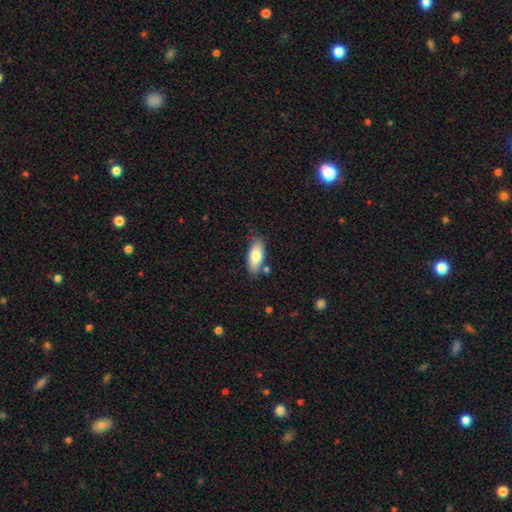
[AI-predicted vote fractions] Smooth or featured? smooth (77%)
How rounded? in between (83%)
Merging? none (76%)